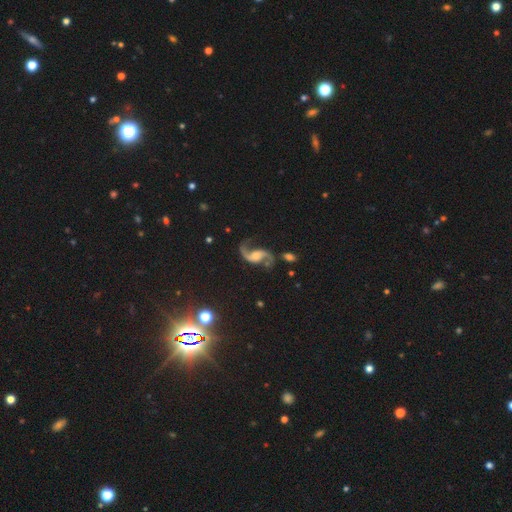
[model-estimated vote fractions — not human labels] smooth-or-featured: featured or disk: 90% | star or artifact: 6% | smooth: 5%
  disk-edge-on: no: 97% | yes: 3%
    bar: no: 51% | weak: 36% | strong: 13%
    has-spiral-arms: yes: 97% | no: 3%
      spiral-winding: loose: 77% | medium: 19% | tight: 4%
      spiral-arm-count: 2: 93% | 1: 3% | can't tell: 1% | 3: 1% | 4: 1% | more than 4: 1%
    bulge-size: moderate: 35% | small: 32% | none: 17% | large: 14% | dominant: 3%
  merging: none: 70% | minor disturbance: 15% | major disturbance: 10% | merger: 5%